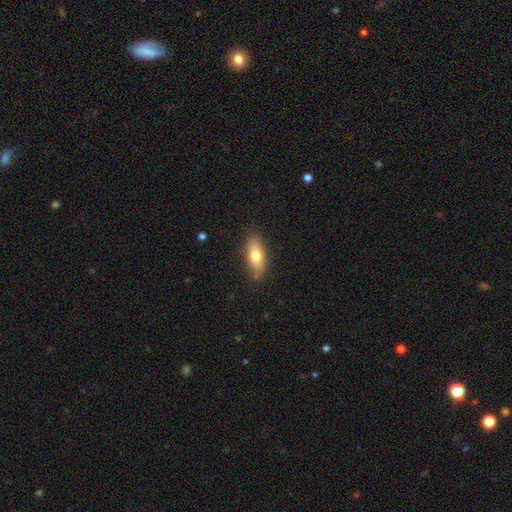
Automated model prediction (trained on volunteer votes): Smooth or featured?
  - smooth: 73% *
  - featured or disk: 20%
  - star or artifact: 7%
How rounded?
  - in between: 73% *
  - cigar-shaped: 24%
  - round: 3%
Merging?
  - none: 82% *
  - minor disturbance: 13%
  - major disturbance: 3%
  - merger: 2%